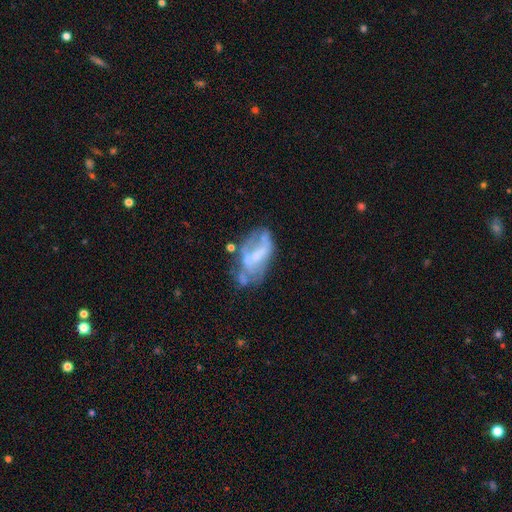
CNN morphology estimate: smooth-or-featured: featured or disk: 62% | smooth: 28% | star or artifact: 10%
  disk-edge-on: no: 95% | yes: 5%
    bar: no: 52% | weak: 33% | strong: 15%
    has-spiral-arms: no: 64% | yes: 36%
    bulge-size: none: 42% | small: 26% | moderate: 25% | large: 6% | dominant: 1%
  merging: none: 35% | major disturbance: 27% | minor disturbance: 25% | merger: 12%